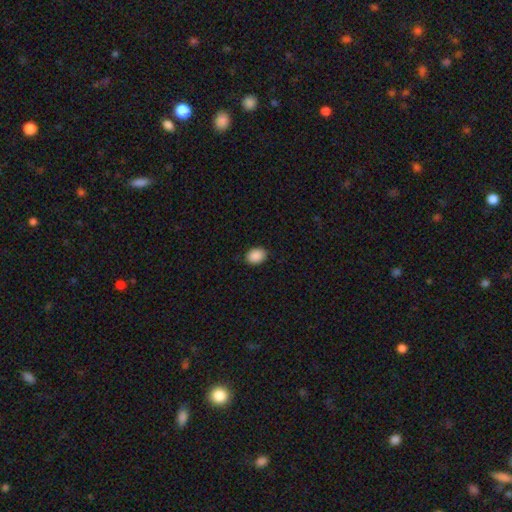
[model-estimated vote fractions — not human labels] smooth_or_featured: smooth (p=0.90) [alt: star or artifact p=0.07]
how_rounded: in between (p=0.70) [alt: round p=0.29]
merging: none (p=0.89) [alt: minor disturbance p=0.08]